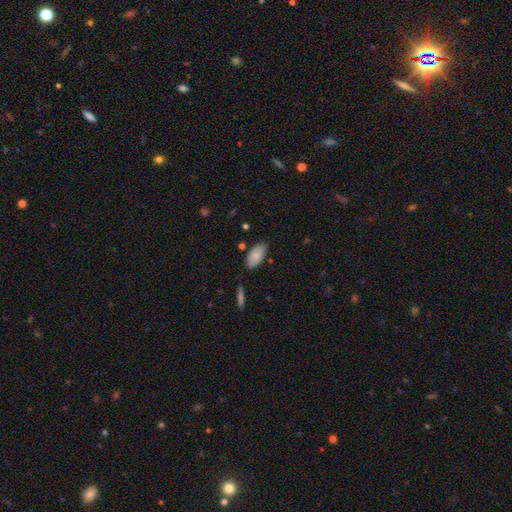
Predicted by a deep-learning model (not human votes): A smooth galaxy with no disk features (82%) that is in between round and cigar-shaped (94%).

Vote fractions:
- Smooth or featured? smooth: 82% / featured or disk: 12% / star or artifact: 6%
- How rounded? in between: 94% / cigar-shaped: 4% / round: 2%
- Merging? none: 79% / minor disturbance: 15% / merger: 3% / major disturbance: 3%